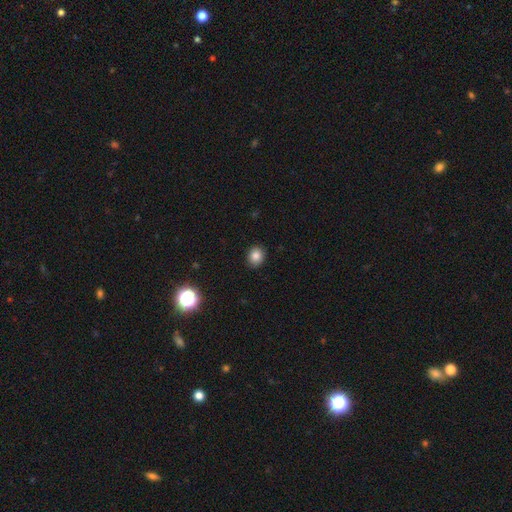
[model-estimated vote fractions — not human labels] Smooth or featured? Predicted: smooth (p=0.84). How rounded? Predicted: round (p=0.69). Merging? Predicted: none (p=0.90).